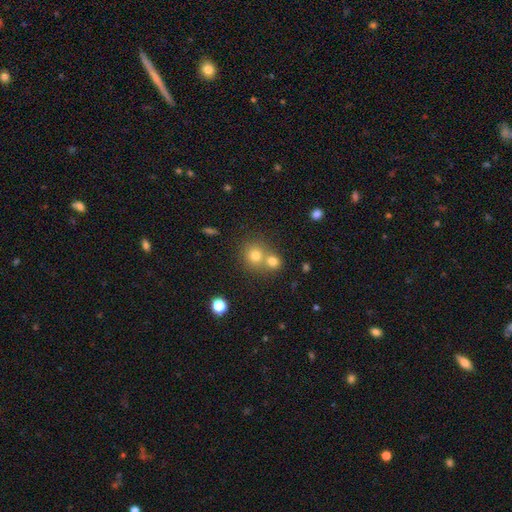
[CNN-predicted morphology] A smooth galaxy with no disk features (74%) that is round (86%). Merging: none (48%).